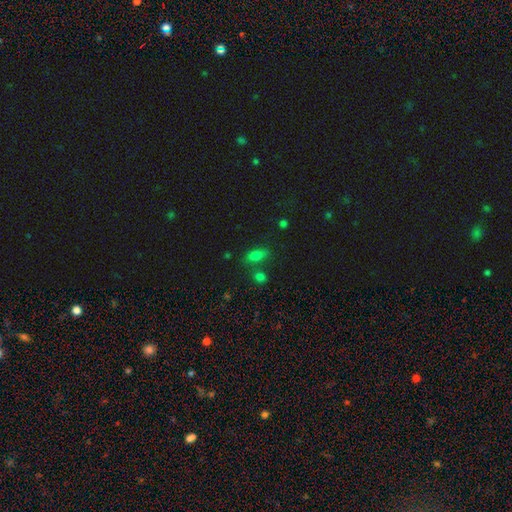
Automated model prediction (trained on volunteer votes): Smooth or featured? Predicted: smooth (p=0.75). How rounded? Predicted: in between (p=0.79). Merging? Predicted: none (p=0.65).